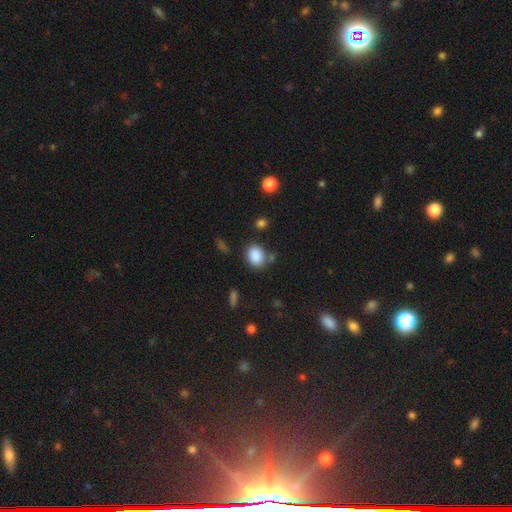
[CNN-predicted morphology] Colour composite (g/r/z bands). It shows a smooth galaxy with no disk features (87%) that is in between round and cigar-shaped (60%). Merging: none (71%).